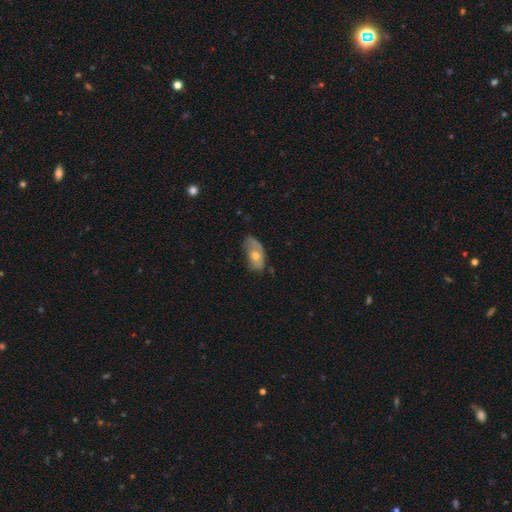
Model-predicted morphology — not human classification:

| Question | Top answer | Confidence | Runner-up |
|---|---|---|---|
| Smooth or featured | smooth | 50% | featured or disk (42%) |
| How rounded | in between | 88% | round (6%) |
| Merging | none | 45% | minor disturbance (36%) |